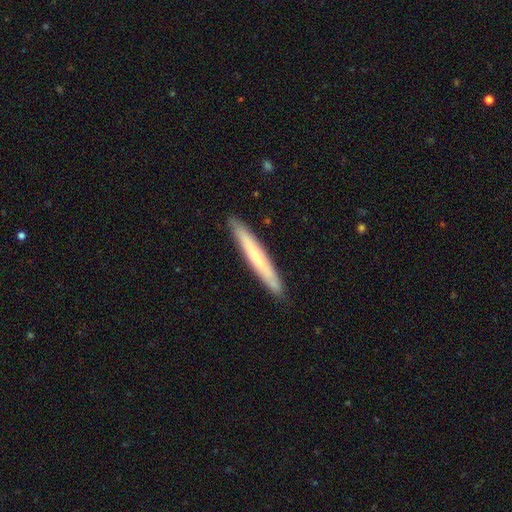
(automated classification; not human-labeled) A smooth galaxy with no disk features (54%) that is cigar-shaped (96%).

Vote fractions:
- Smooth or featured? smooth: 54% / featured or disk: 40% / star or artifact: 5%
- How rounded? cigar-shaped: 96% / in between: 3% / round: 1%
- Merging? none: 90% / minor disturbance: 8% / major disturbance: 1% / merger: 1%